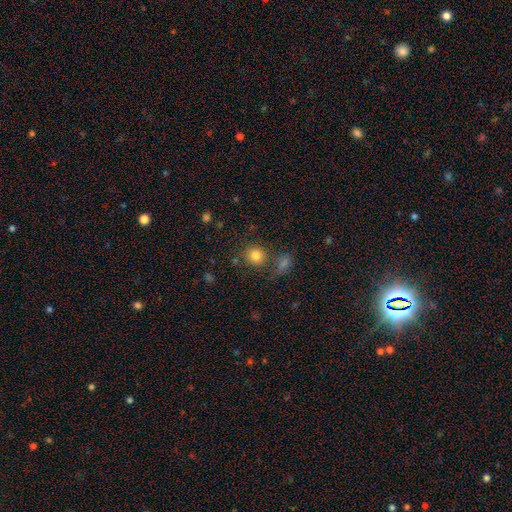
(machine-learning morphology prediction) smooth-or-featured: smooth: 82% | star or artifact: 11% | featured or disk: 6%
  how-rounded: round: 88% | in between: 11% | cigar-shaped: 1%
  merging: none: 72% | merger: 14% | minor disturbance: 9% | major disturbance: 4%